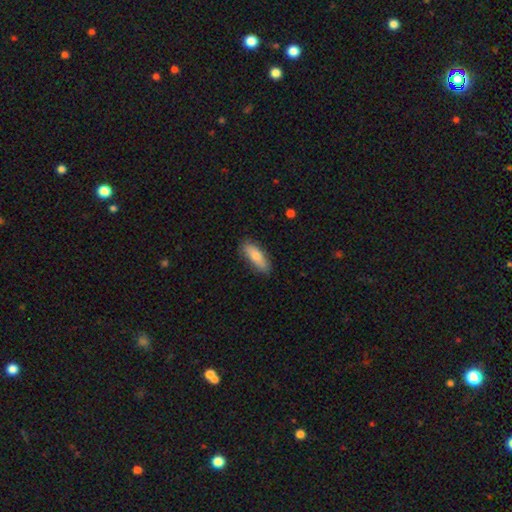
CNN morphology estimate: Overall: smooth (72%). How rounded: in between (56%; cigar-shaped 42%). Merging: none (83%).